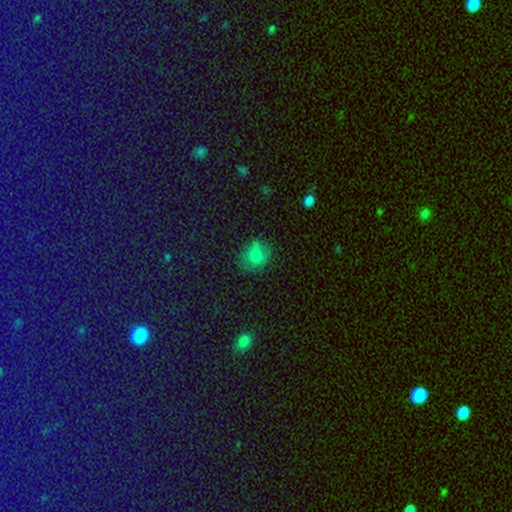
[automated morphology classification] This appears to be a smooth galaxy with no disk features (74%) that is round (56%). Merging: none (67%).